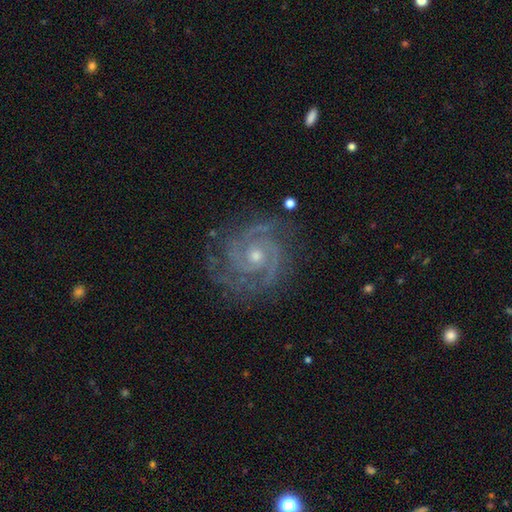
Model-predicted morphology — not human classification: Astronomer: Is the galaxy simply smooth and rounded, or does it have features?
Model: featured or disk — 91%.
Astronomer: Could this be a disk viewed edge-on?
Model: no — 98%.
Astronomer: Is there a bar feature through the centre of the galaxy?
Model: no — 70%.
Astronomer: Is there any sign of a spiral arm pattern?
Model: yes — 99%.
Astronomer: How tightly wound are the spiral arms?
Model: tight — 71%.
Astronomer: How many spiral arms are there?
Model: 2 — 55%.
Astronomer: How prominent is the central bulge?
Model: small — 56% (runner-up: moderate, 41%).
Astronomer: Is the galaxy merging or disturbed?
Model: none — 79%.